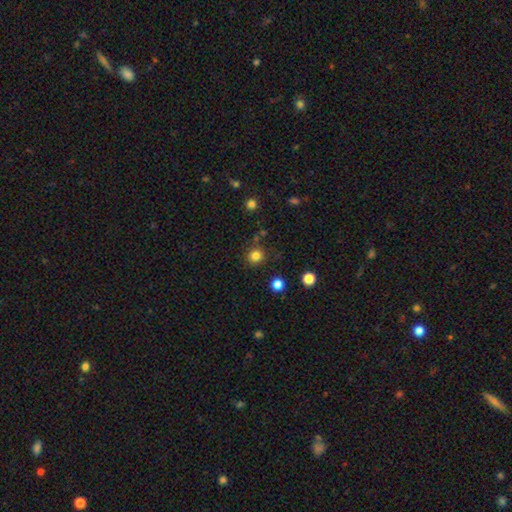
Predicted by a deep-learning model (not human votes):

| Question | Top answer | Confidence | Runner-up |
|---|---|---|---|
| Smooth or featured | smooth | 82% | star or artifact (13%) |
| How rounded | round | 92% | in between (7%) |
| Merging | none | 86% | minor disturbance (8%) |